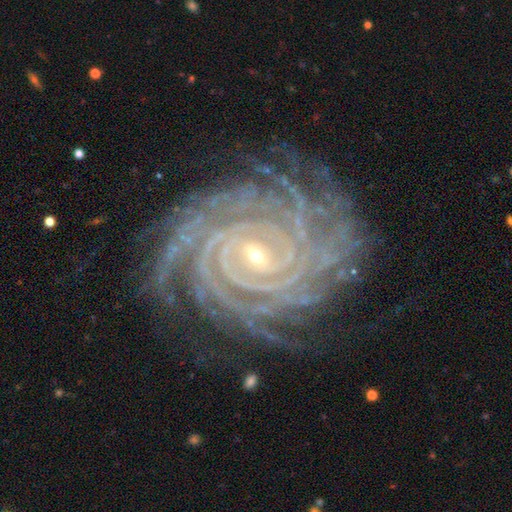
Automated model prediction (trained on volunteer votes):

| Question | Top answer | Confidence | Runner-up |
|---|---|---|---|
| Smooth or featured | featured or disk | 92% | star or artifact (5%) |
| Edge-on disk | no | 98% | yes (2%) |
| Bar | weak | 37% | no (33%) |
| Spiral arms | yes | 99% | no (1%) |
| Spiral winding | tight | 90% | medium (9%) |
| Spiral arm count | more than 4 | 40% | 4 (18%) |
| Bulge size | small | 72% | moderate (25%) |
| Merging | none | 83% | minor disturbance (12%) |